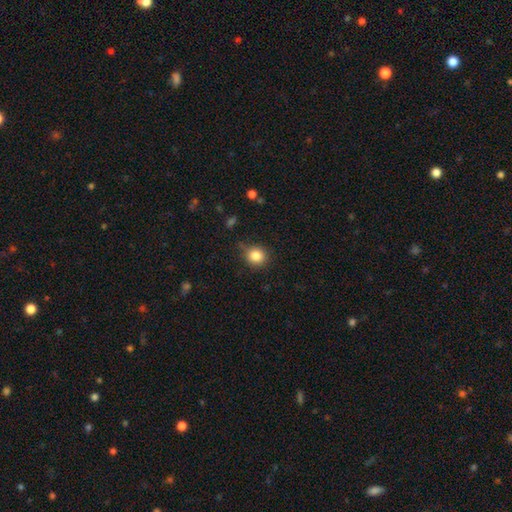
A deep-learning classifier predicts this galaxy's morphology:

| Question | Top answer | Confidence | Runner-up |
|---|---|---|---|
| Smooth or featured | smooth | 84% | star or artifact (11%) |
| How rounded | round | 87% | in between (12%) |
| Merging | none | 79% | minor disturbance (15%) |